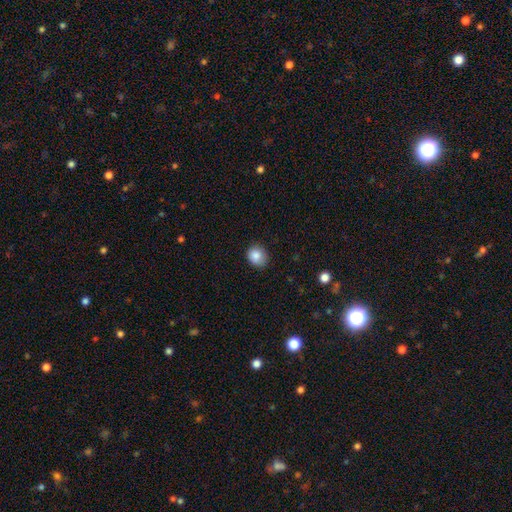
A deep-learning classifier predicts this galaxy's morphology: This appears to be a smooth galaxy with no disk features (85%) that is round (69%). Merging: none (80%).